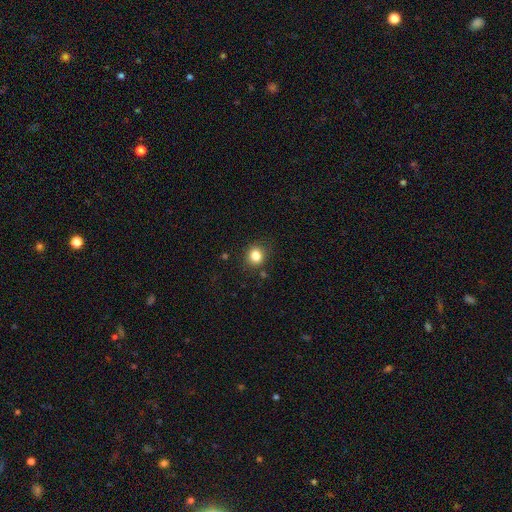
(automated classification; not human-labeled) smooth_or_featured: smooth (p=0.83) [alt: star or artifact p=0.12]
how_rounded: round (p=0.79) [alt: in between p=0.20]
merging: none (p=0.84) [alt: minor disturbance p=0.10]